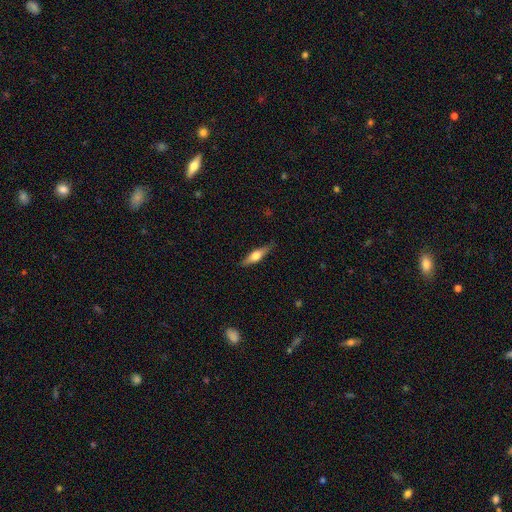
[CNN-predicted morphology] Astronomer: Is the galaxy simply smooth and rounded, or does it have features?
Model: featured or disk — 52% (runner-up: smooth, 42%).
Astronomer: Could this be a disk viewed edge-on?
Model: yes — 94%.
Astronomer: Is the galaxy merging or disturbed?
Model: none — 85%.